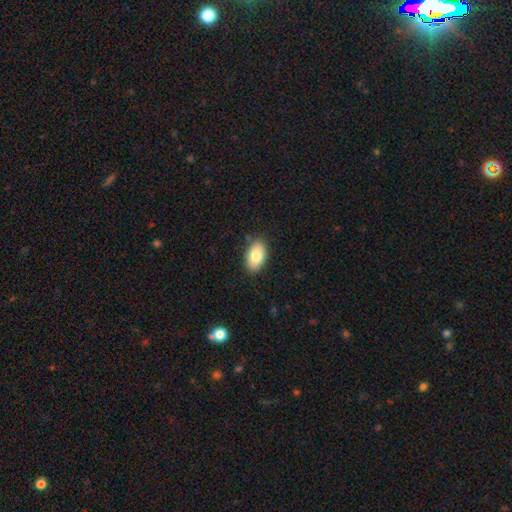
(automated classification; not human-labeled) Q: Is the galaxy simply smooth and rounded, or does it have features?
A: smooth — 83%.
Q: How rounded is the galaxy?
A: in between — 93%.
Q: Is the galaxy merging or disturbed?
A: none — 85%.